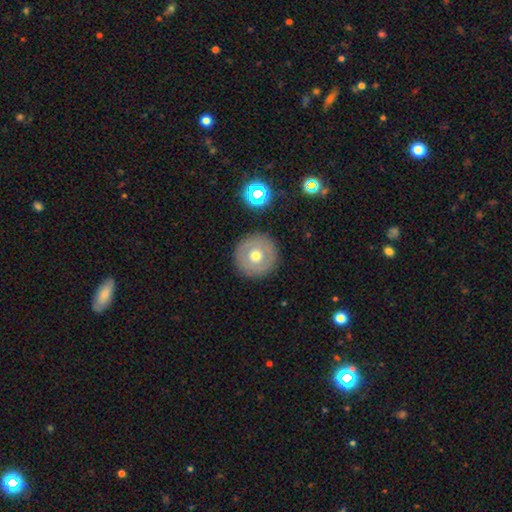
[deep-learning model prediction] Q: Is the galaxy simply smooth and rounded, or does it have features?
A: smooth — 54%.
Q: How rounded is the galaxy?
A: round — 96%.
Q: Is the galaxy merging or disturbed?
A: none — 88%.